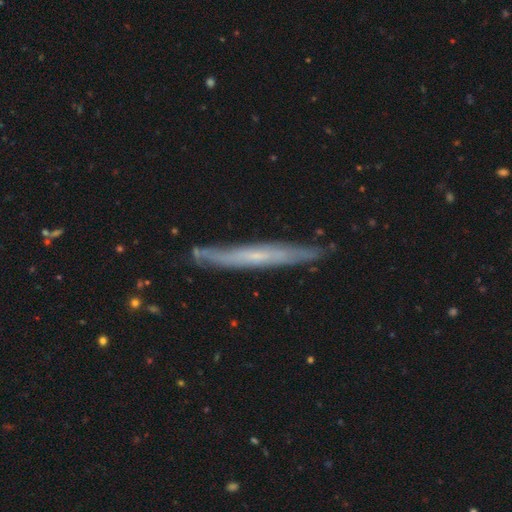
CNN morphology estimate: featured or disk 63%, smooth 31%, star or artifact 6%. Down the decision tree: edge-on disk — yes (87%); edge-on bulge — none (71%); merging — none (83%).